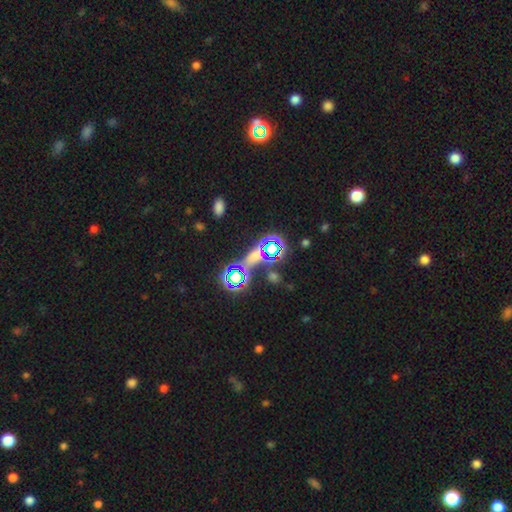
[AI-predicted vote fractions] Smooth or featured? Predicted: star or artifact (p=0.68).